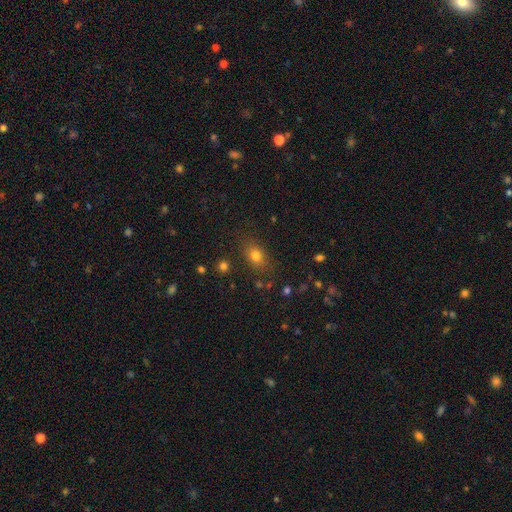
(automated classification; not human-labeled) smooth-or-featured: smooth: 76% | star or artifact: 14% | featured or disk: 10%
  how-rounded: in between: 66% | round: 30% | cigar-shaped: 3%
  merging: none: 79% | minor disturbance: 13% | major disturbance: 5% | merger: 3%